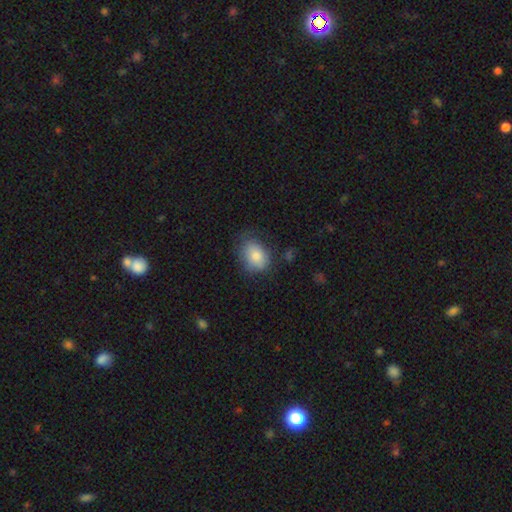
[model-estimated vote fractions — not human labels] Overall: smooth (81%). How rounded: in between (71%). Merging: none (65%; minor disturbance 25%).